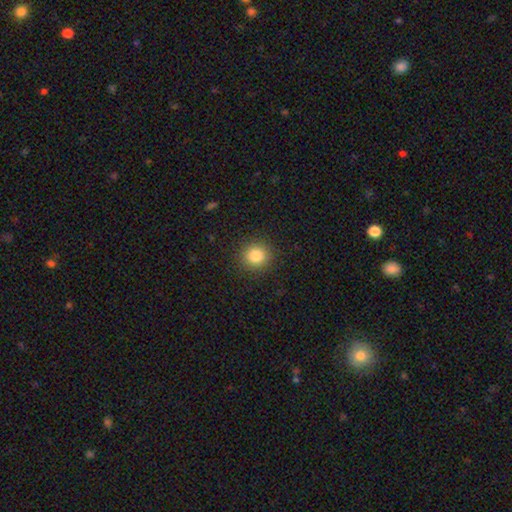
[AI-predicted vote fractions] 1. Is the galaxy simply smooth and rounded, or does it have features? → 84% smooth, 11% star or artifact, 5% featured or disk.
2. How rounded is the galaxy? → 91% round, 8% in between, 1% cigar-shaped.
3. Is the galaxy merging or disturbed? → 90% none, 6% minor disturbance, 2% major disturbance, 1% merger.